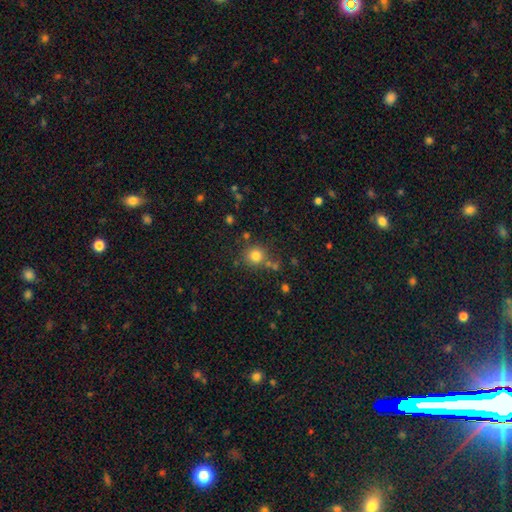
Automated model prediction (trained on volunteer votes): Smooth or featured?
  - smooth: 80% *
  - star or artifact: 13%
  - featured or disk: 7%
How rounded?
  - round: 90% *
  - in between: 9%
  - cigar-shaped: 1%
Merging?
  - none: 75% *
  - minor disturbance: 11%
  - merger: 10%
  - major disturbance: 4%